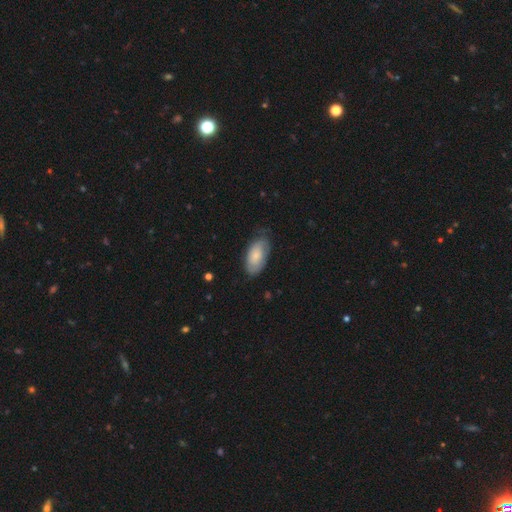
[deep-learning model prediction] Smooth or featured: smooth — 71% (featured or disk — 24%)
How rounded: in between — 95% (cigar-shaped — 3%)
Merging: none — 65% (minor disturbance — 26%)